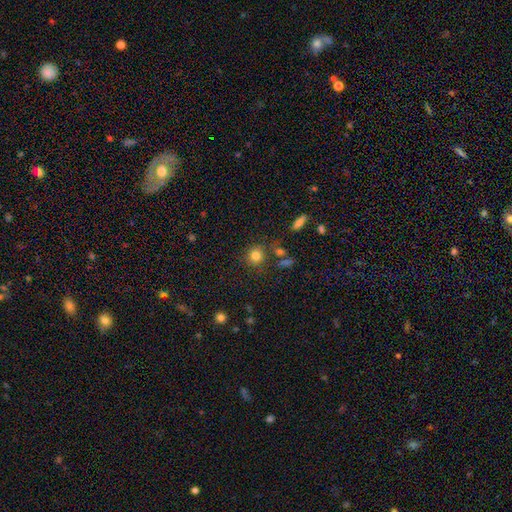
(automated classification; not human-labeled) This is clearly a smooth galaxy (81%). How rounded: clearly round (88%). Merging: likely none (80%).